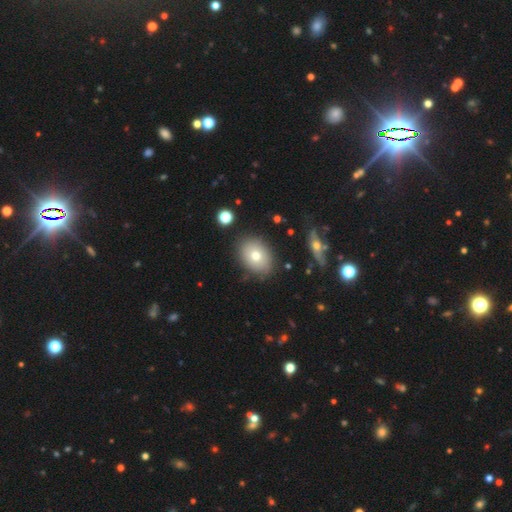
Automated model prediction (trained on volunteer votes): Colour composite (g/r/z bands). It shows a smooth galaxy with no disk features (73%) that is in between round and cigar-shaped (70%). Merging: none (84%).